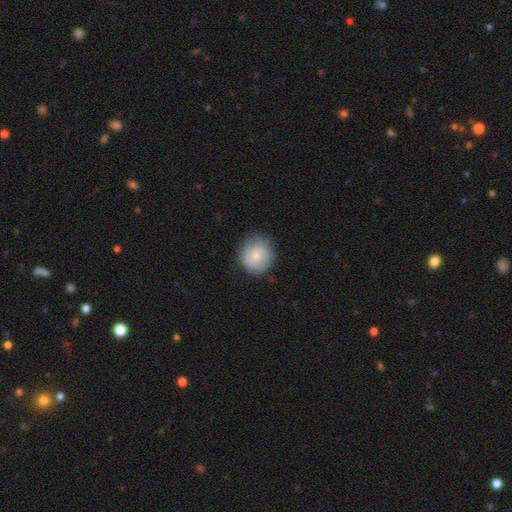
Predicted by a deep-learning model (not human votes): This is likely a smooth galaxy (67%). How rounded: clearly round (91%). Merging: clearly none (81%).